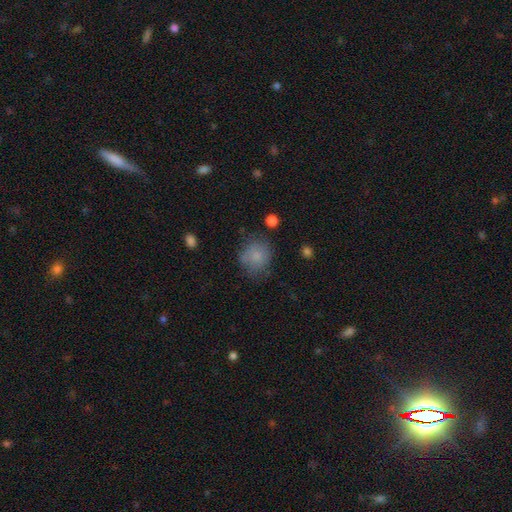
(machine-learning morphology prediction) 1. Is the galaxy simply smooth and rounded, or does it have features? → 79% smooth, 11% featured or disk, 10% star or artifact.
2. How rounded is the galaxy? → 80% round, 19% in between, 1% cigar-shaped.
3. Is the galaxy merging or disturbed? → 63% none, 24% minor disturbance, 10% major disturbance, 3% merger.